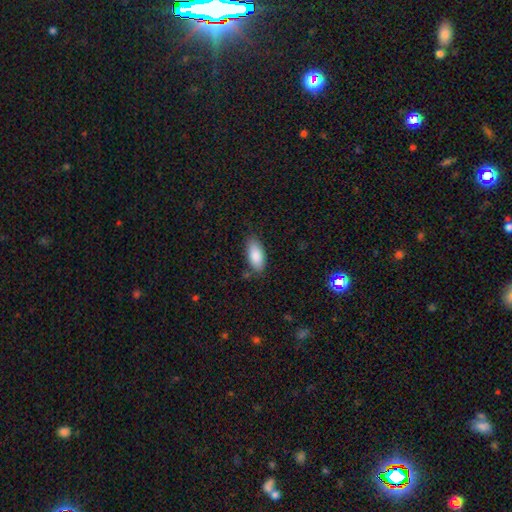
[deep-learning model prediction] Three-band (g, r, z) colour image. It shows a smooth galaxy with no disk features (87%) that is in between round and cigar-shaped (89%). Merging: none (81%).